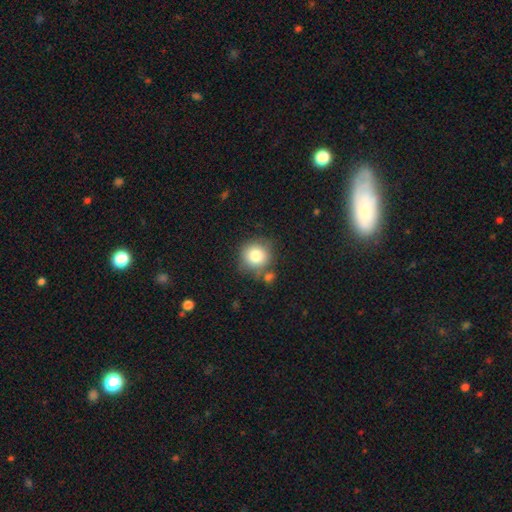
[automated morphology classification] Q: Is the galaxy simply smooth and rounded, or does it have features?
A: smooth — 81%.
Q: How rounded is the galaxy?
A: round — 91%.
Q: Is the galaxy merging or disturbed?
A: none — 72%.